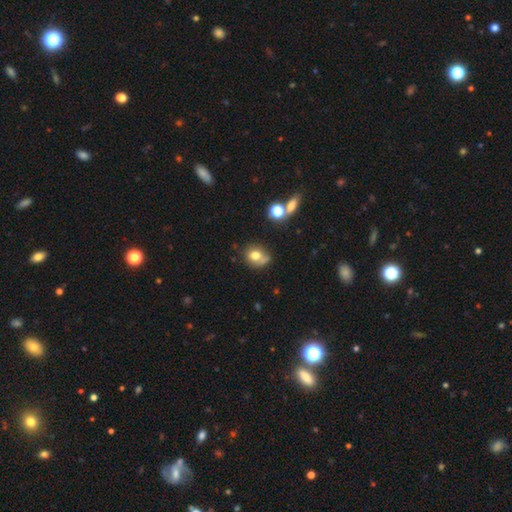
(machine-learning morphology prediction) smooth-or-featured: smooth: 73% | featured or disk: 14% | star or artifact: 12%
  how-rounded: round: 60% | in between: 38% | cigar-shaped: 1%
  merging: none: 48% | minor disturbance: 24% | merger: 18% | major disturbance: 10%